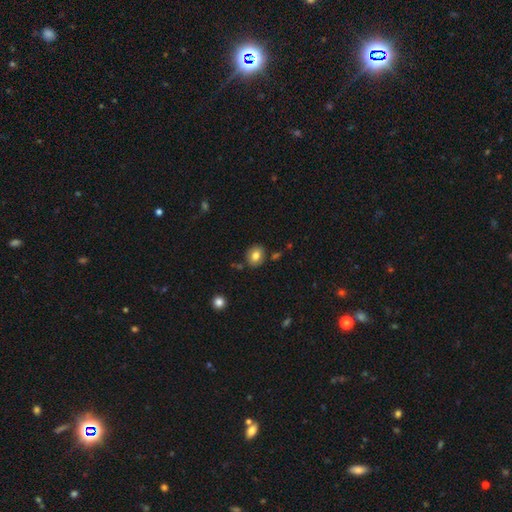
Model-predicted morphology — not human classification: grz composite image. It shows a smooth galaxy with no disk features (79%) that is round (53%). Merging: none (82%).